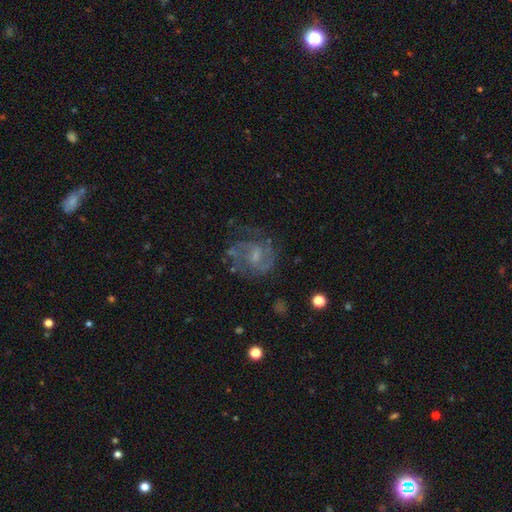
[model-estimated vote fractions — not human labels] The model was most divided on "bar": weak: 54%, no: 35%, strong: 12%. Remaining: edge-on disk — no (98%); spiral arms — yes (86%); smooth or featured — featured or disk (77%); merging — none (60%); spiral arm count — 2 (57%); bulge size — small (55%); spiral winding — medium (50%).